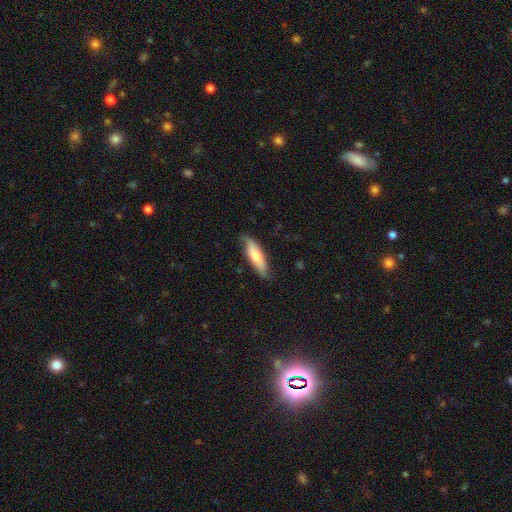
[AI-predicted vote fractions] This is likely a smooth galaxy (71%). How rounded: possibly cigar-shaped (60%). Merging: likely none (73%).